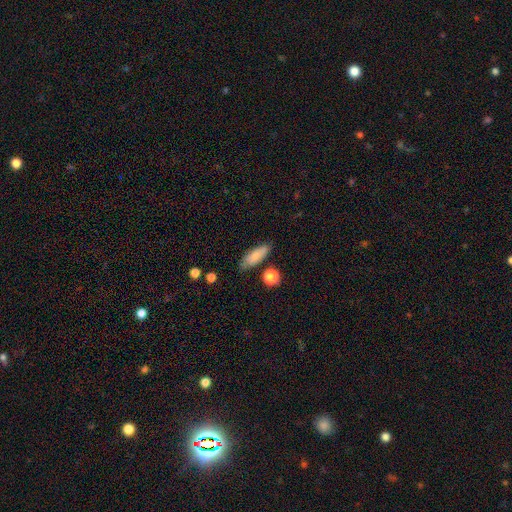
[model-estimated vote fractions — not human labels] Smooth or featured: smooth — 80% (featured or disk — 12%)
How rounded: in between — 60% (cigar-shaped — 36%)
Merging: none — 75% (minor disturbance — 17%)